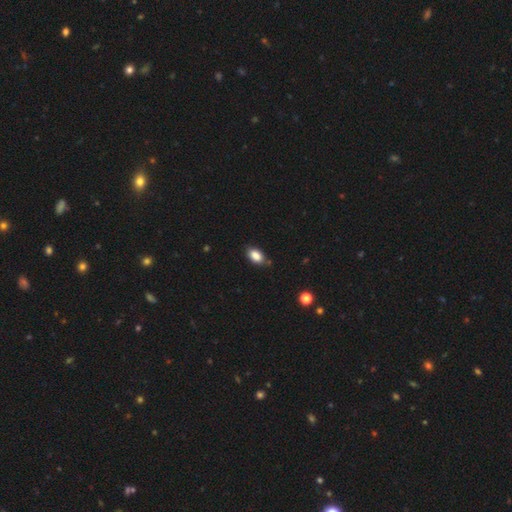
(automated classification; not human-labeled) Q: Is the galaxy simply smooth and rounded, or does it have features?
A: smooth — 87%.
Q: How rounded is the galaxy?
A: in between — 91%.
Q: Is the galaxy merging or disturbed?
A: none — 81%.